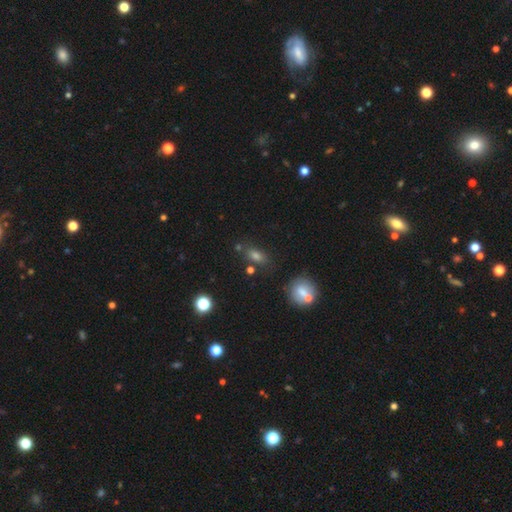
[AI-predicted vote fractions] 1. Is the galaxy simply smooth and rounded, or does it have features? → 70% smooth, 18% star or artifact, 12% featured or disk.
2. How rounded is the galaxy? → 73% in between, 16% round, 10% cigar-shaped.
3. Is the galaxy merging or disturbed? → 71% none, 13% minor disturbance, 11% merger, 5% major disturbance.